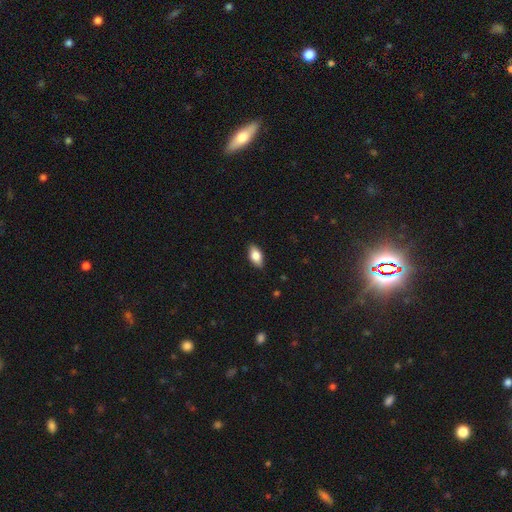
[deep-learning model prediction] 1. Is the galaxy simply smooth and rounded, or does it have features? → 77% smooth, 16% featured or disk, 7% star or artifact.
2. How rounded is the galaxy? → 90% in between, 6% cigar-shaped, 4% round.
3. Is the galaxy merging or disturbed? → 87% none, 10% minor disturbance, 2% major disturbance, 1% merger.